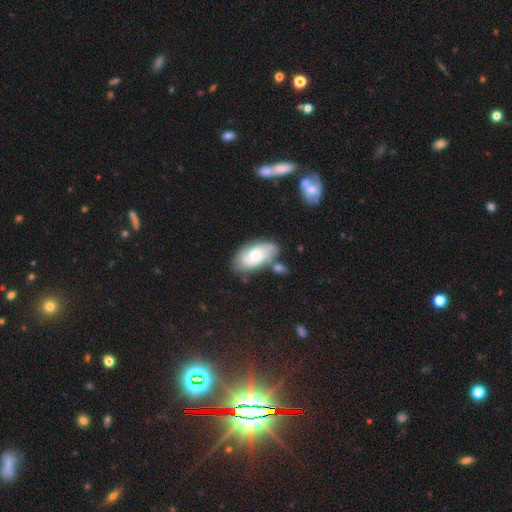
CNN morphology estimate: This is possibly a featured or disk galaxy (47%). Merging: possibly none (56%).